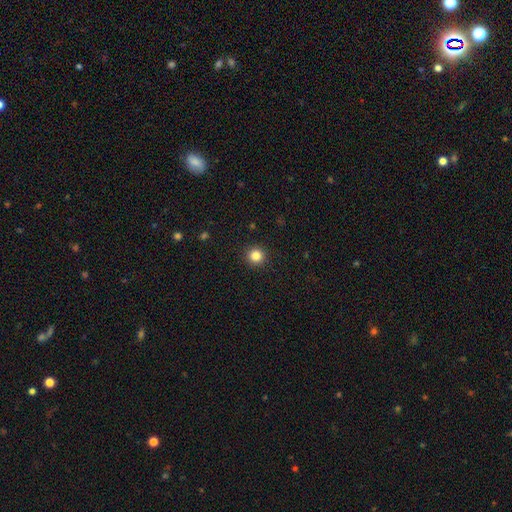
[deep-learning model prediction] Smooth or featured? Predicted: smooth (p=0.84). How rounded? Predicted: round (p=0.95). Merging? Predicted: none (p=0.93).